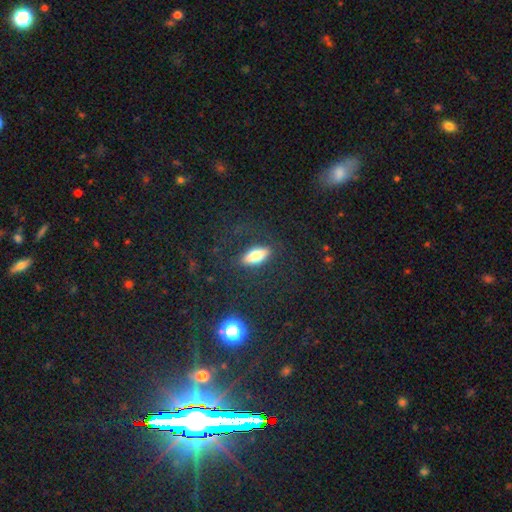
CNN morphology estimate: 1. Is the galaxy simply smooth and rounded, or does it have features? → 69% smooth, 22% featured or disk, 9% star or artifact.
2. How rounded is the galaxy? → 69% in between, 27% cigar-shaped, 4% round.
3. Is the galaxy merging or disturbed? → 81% none, 12% minor disturbance, 6% major disturbance, 1% merger.